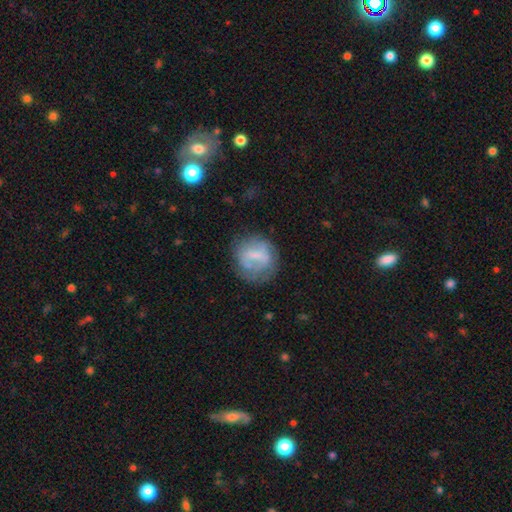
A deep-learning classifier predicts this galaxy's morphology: Smooth or featured? Predicted: smooth (p=0.49). Merging? Predicted: none (p=0.60).